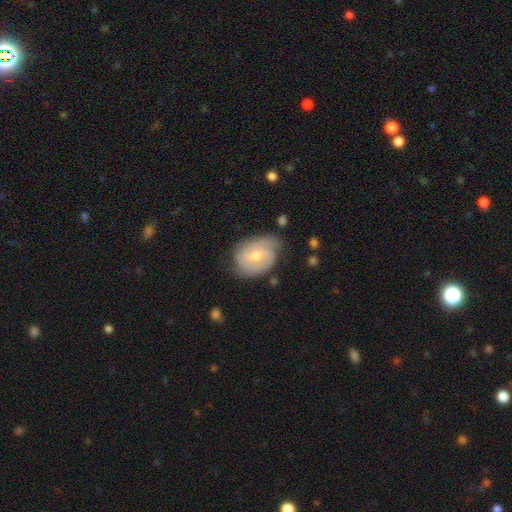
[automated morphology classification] featured or disk 69%, smooth 25%, star or artifact 6%. Down the decision tree: edge-on disk — no (96%); bar — weak (46%); spiral arms — yes (89%); spiral arm count — 2 (56%); spiral winding — tight (53%); bulge size — moderate (51%); merging — none (66%).